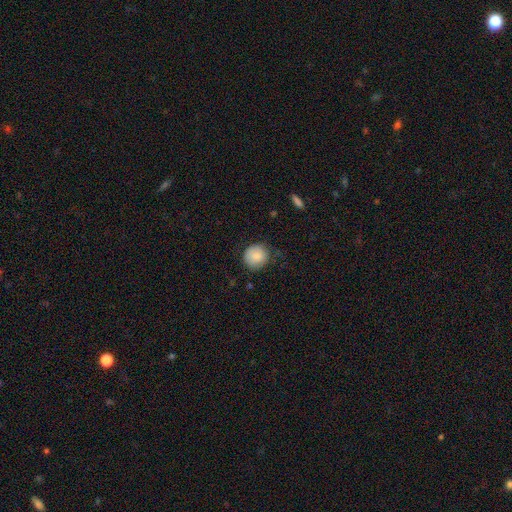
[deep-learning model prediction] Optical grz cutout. It shows a smooth galaxy with no disk features (84%) that is round (88%). Merging: none (70%).